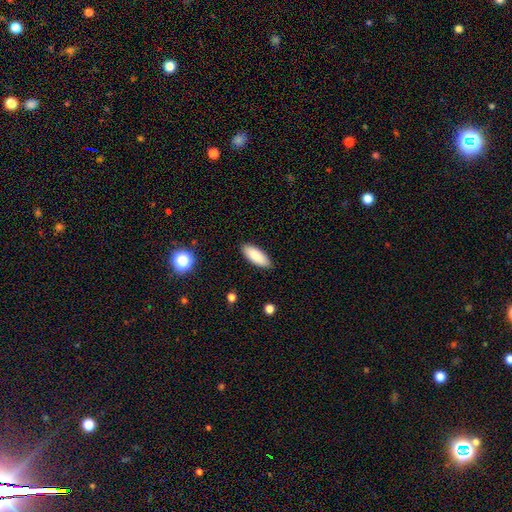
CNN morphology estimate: Smooth or featured? smooth (87%)
How rounded? in between (80%)
Merging? none (88%)